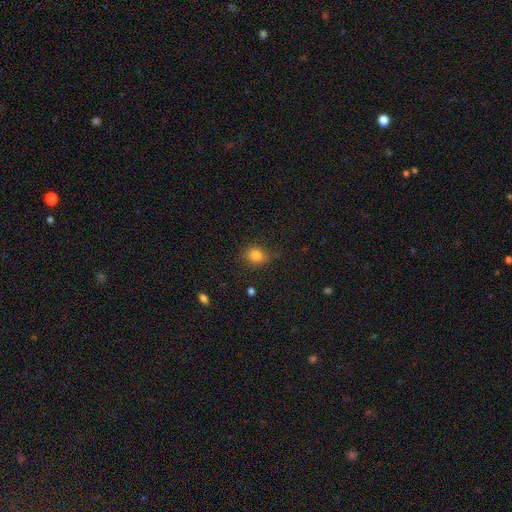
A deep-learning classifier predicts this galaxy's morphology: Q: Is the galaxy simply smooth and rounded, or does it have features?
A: smooth — 81%.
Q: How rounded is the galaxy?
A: round — 70%.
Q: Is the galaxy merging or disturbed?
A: none — 79%.